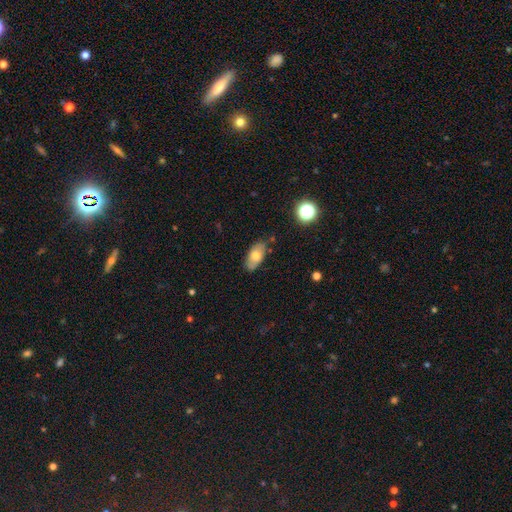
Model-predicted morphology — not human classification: The model was most divided on "smooth or featured": smooth: 70%, featured or disk: 22%, star or artifact: 8%. More confident: how rounded — in between (91%); merging — none (75%).